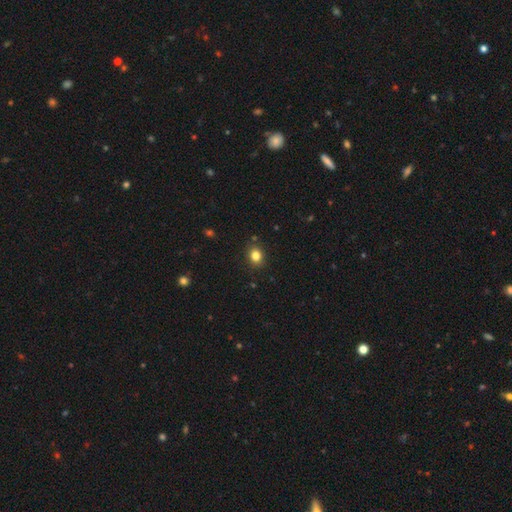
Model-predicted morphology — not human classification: Smooth or featured: smooth — 82% (star or artifact — 12%)
How rounded: round — 57% (in between — 42%)
Merging: none — 87% (minor disturbance — 9%)